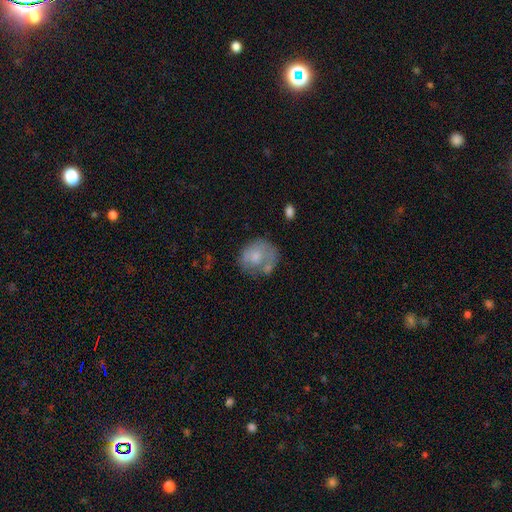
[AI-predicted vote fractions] The model was most divided on "merging": none: 46%, minor disturbance: 25%, major disturbance: 16%, merger: 13%. More confident: how rounded — round (64%); smooth or featured — smooth (58%).